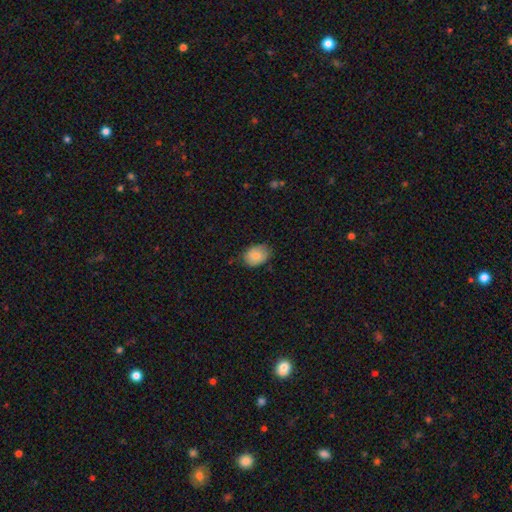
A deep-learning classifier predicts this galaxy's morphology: This appears to be a smooth galaxy with no disk features (83%) that is in between round and cigar-shaped (76%). Merging: none (76%).